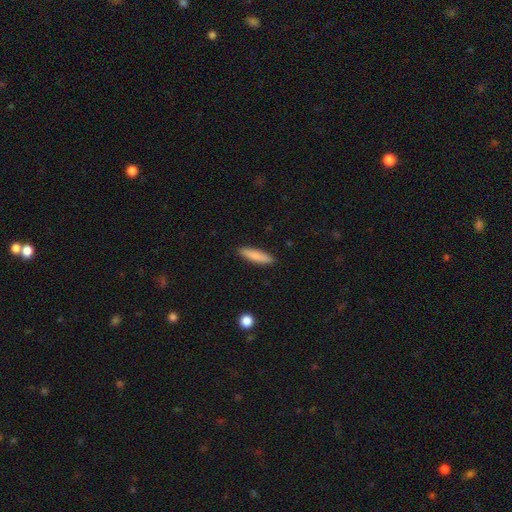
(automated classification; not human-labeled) This is clearly a smooth galaxy (85%). How rounded: likely cigar-shaped (76%). Merging: clearly none (90%).